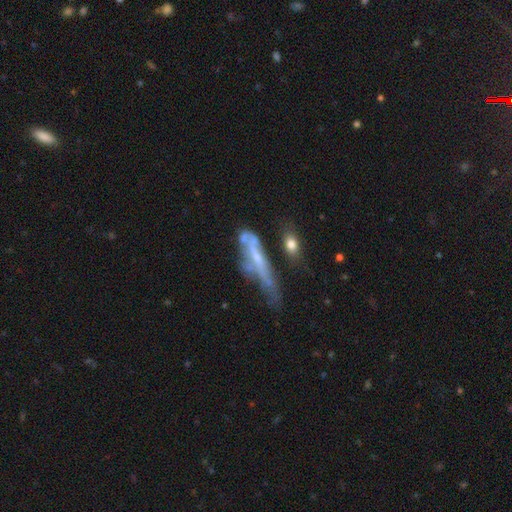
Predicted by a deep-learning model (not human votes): Q: Smooth or featured?
A: featured or disk (56%); runner-up: smooth (33%)
Q: Edge-on disk?
A: no (53%); runner-up: yes (47%)
Q: Merging?
A: major disturbance (31%); runner-up: none (27%)